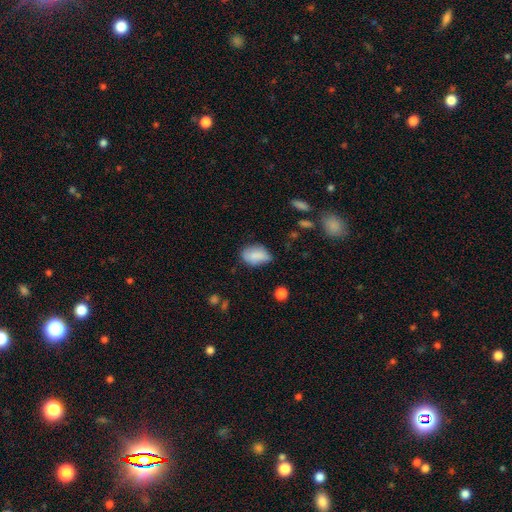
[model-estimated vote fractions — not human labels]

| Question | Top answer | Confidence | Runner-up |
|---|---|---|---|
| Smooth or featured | smooth | 81% | featured or disk (11%) |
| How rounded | in between | 86% | round (12%) |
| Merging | none | 57% | minor disturbance (33%) |